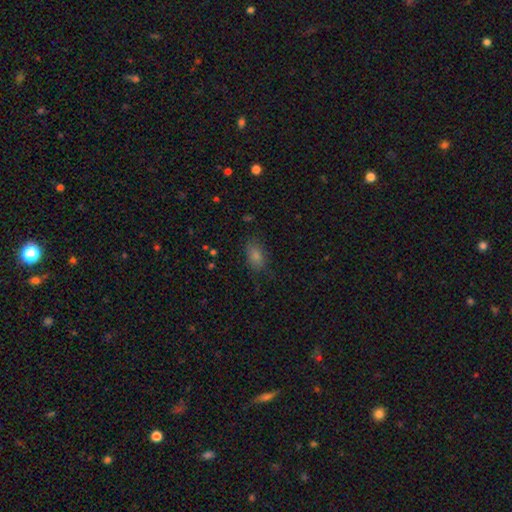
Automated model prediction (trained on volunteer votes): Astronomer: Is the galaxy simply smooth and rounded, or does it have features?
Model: smooth — 73%.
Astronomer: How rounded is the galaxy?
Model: in between — 83%.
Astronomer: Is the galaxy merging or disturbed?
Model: none — 80%.